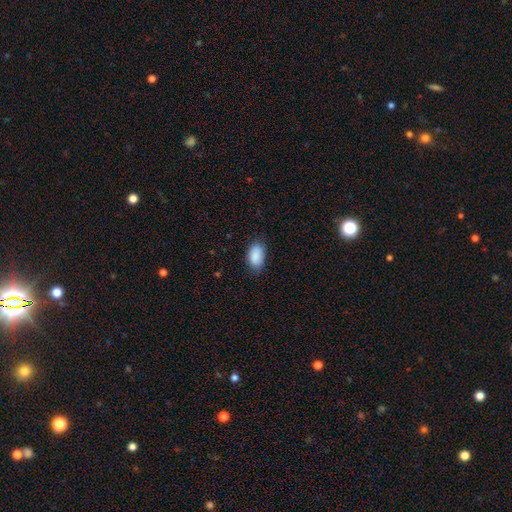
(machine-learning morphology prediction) type=smooth (90%); roundness=in between (94%); merging=none (78%).